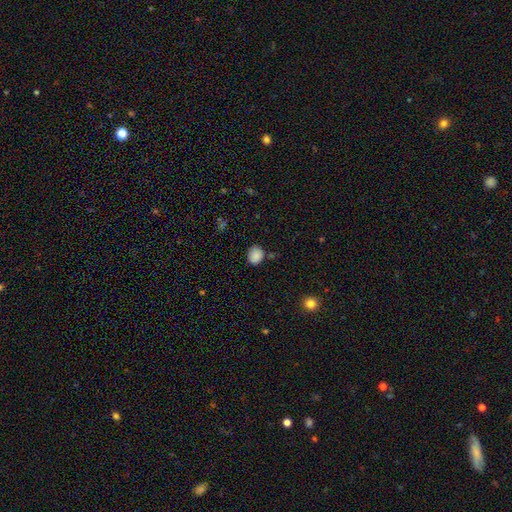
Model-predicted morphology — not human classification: type=smooth (87%); roundness=round (56%); merging=none (76%).